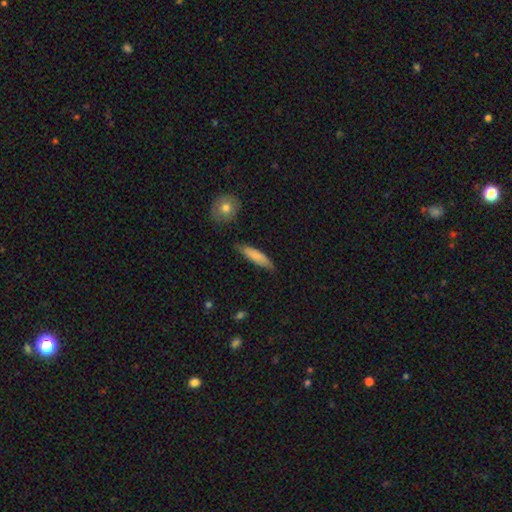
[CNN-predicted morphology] Q: Smooth or featured?
A: smooth (80%); runner-up: featured or disk (15%)
Q: How rounded?
A: cigar-shaped (70%); runner-up: in between (28%)
Q: Merging?
A: none (76%); runner-up: minor disturbance (19%)